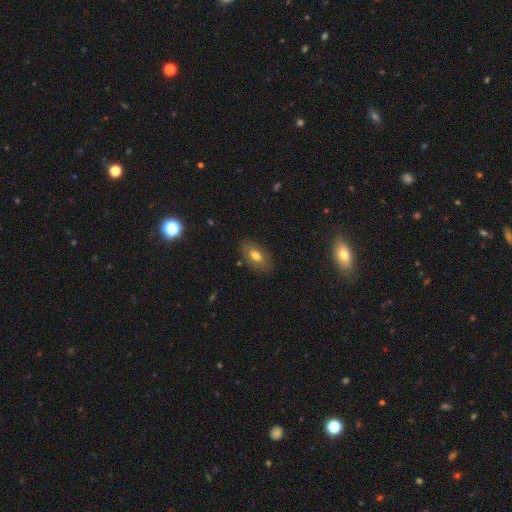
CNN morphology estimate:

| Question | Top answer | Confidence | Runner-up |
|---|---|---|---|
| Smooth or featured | smooth | 69% | featured or disk (23%) |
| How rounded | in between | 91% | round (6%) |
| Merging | none | 83% | minor disturbance (13%) |